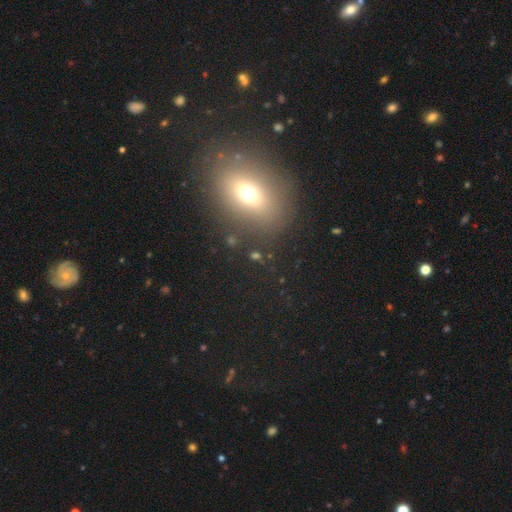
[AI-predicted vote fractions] Morphology: type=smooth (54%); roundness=round (53%); merging=none (79%).